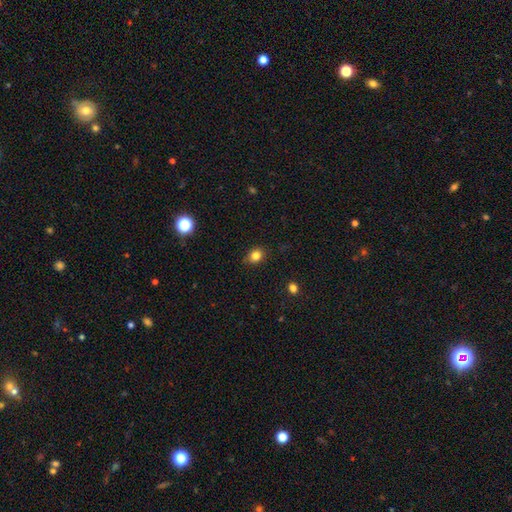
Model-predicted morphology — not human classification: Smooth or featured: smooth — 82% (star or artifact — 12%)
How rounded: round — 57% (in between — 42%)
Merging: none — 81% (minor disturbance — 15%)